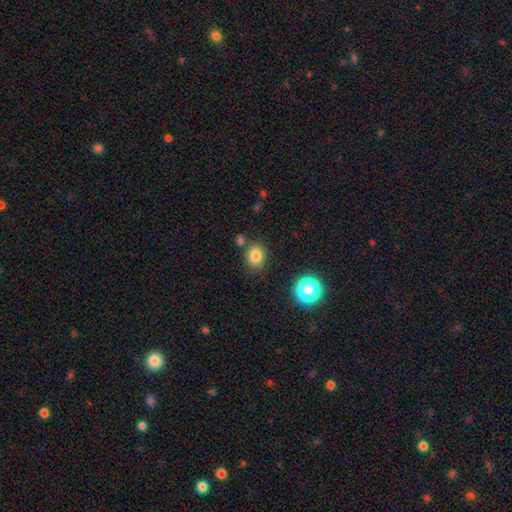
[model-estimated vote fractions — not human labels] smooth-or-featured: smooth: 81% | star or artifact: 13% | featured or disk: 6%
  how-rounded: round: 65% | in between: 34% | cigar-shaped: 1%
  merging: none: 78% | minor disturbance: 11% | merger: 7% | major disturbance: 4%